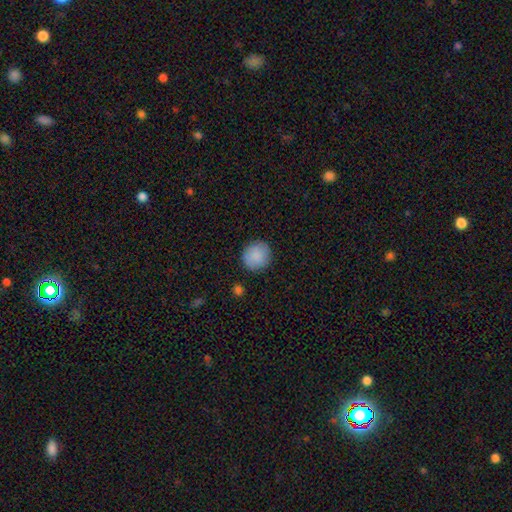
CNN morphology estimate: Overall: smooth (89%). How rounded: round (88%). Merging: none (88%).